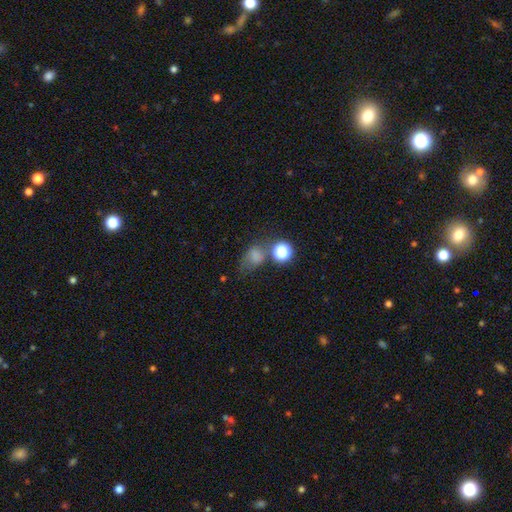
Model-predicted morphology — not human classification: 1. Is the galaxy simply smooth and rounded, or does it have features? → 69% smooth, 20% star or artifact, 11% featured or disk.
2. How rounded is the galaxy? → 59% in between, 40% round, 2% cigar-shaped.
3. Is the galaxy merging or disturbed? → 43% none, 24% minor disturbance, 18% major disturbance, 16% merger.